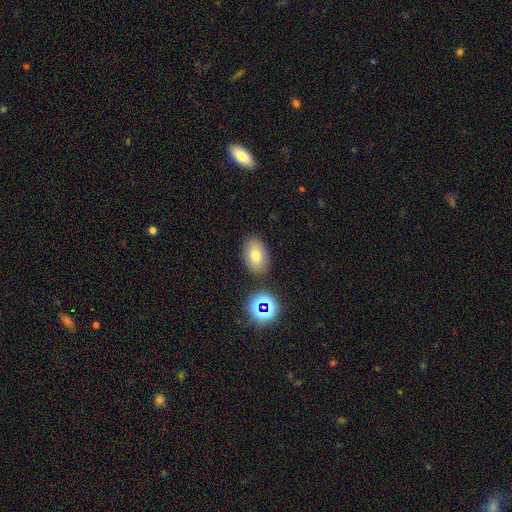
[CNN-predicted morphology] Q: Smooth or featured?
A: smooth (72%); runner-up: featured or disk (14%)
Q: How rounded?
A: in between (83%); runner-up: round (16%)
Q: Merging?
A: none (82%); runner-up: minor disturbance (10%)